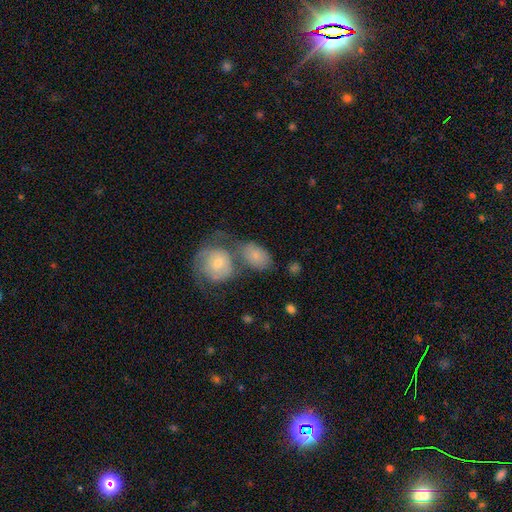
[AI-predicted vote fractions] This appears to be a smooth galaxy with no disk features (73%) that is in between round and cigar-shaped (73%). Merging: merger (39%).